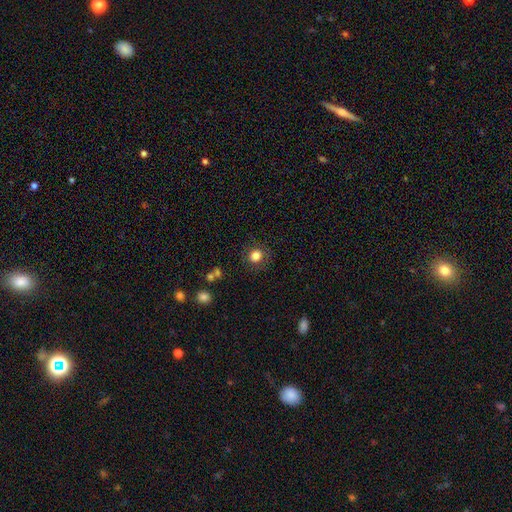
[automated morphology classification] Q: Smooth or featured?
A: smooth (82%); runner-up: star or artifact (11%)
Q: How rounded?
A: round (85%); runner-up: in between (14%)
Q: Merging?
A: none (84%); runner-up: minor disturbance (10%)